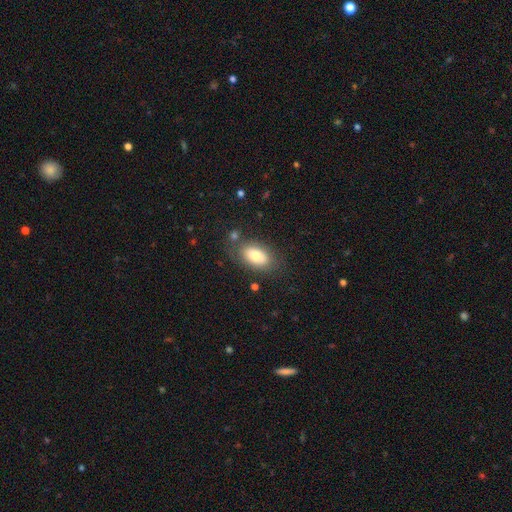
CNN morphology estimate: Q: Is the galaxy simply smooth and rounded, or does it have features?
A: smooth — 77%.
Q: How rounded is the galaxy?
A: in between — 92%.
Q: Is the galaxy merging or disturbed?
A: none — 75%.